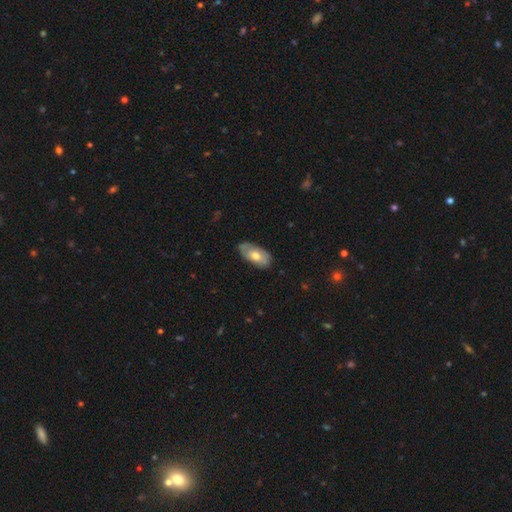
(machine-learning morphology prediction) This is possibly a smooth galaxy (60%). How rounded: clearly in between (93%). Merging: likely none (77%).